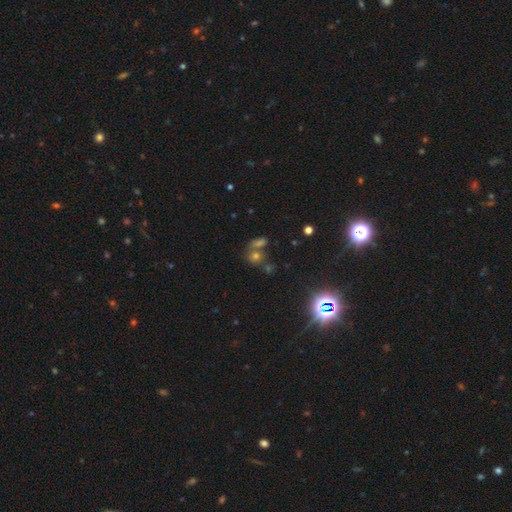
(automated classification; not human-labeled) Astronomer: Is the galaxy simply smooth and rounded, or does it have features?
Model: star or artifact — 45% (runner-up: smooth, 40%).